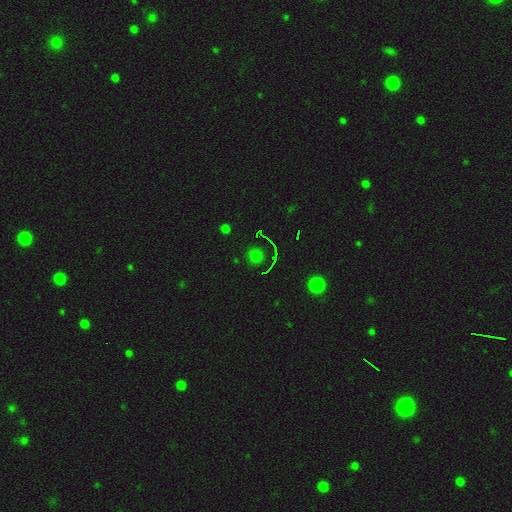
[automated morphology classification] Q: Smooth or featured?
A: smooth (51%); runner-up: star or artifact (41%)
Q: How rounded?
A: round (92%); runner-up: in between (7%)
Q: Merging?
A: none (86%); runner-up: minor disturbance (8%)